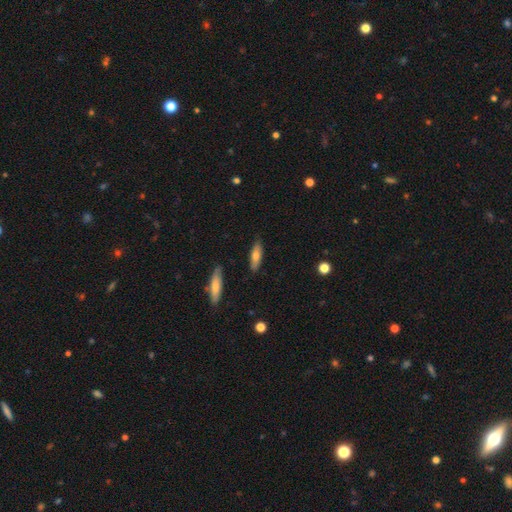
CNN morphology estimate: The model was most divided on "how rounded": cigar-shaped: 50%, in between: 48%, round: 2%. More confident: merging — none (86%); smooth or featured — smooth (70%).